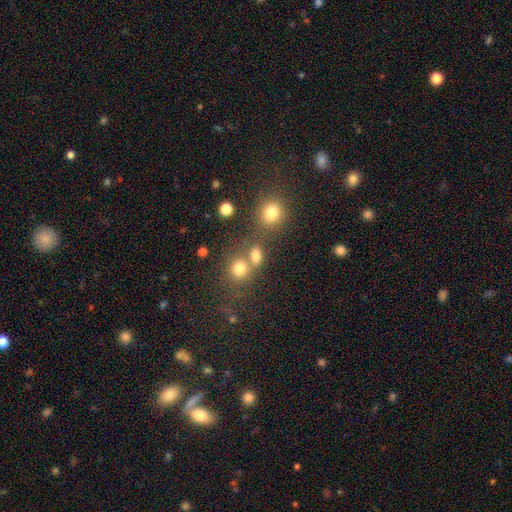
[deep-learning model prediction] Smooth or featured: smooth — 78% (star or artifact — 15%)
How rounded: round — 59% (in between — 39%)
Merging: none — 49% (merger — 37%)